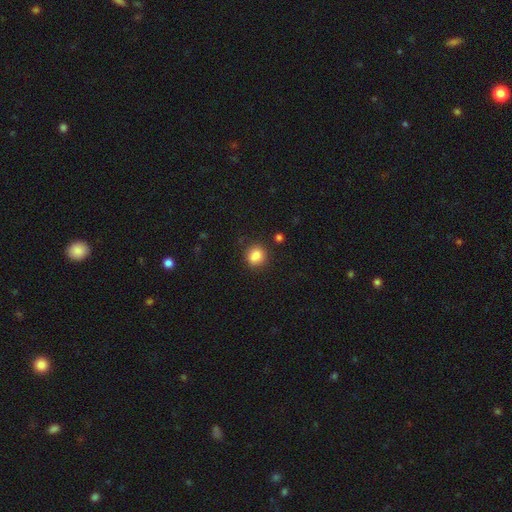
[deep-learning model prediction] Smooth or featured: smooth — 86% (star or artifact — 10%)
How rounded: round — 73% (in between — 26%)
Merging: none — 81% (minor disturbance — 12%)